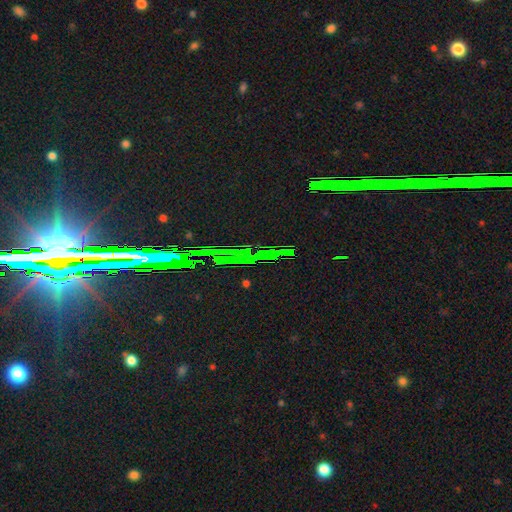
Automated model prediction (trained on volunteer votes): This appears to be a star or artifact, not a galaxy (83%).